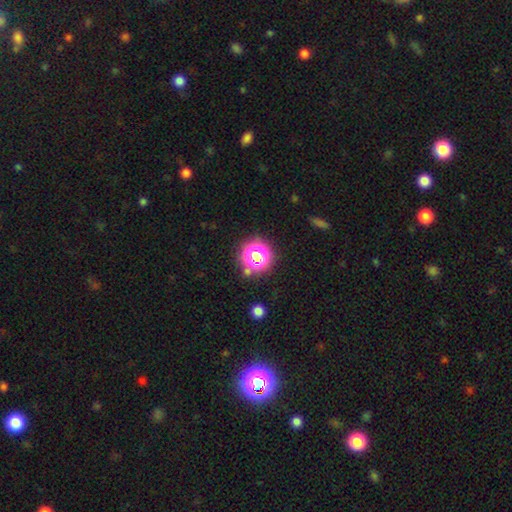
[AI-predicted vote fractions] Q: Smooth or featured?
A: smooth (44%); runner-up: star or artifact (43%)
Q: Merging?
A: none (68%); runner-up: minor disturbance (13%)